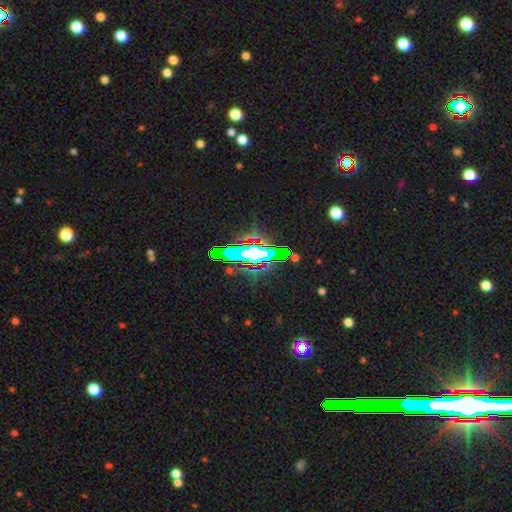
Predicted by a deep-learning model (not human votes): This appears to be a star or artifact, not a galaxy (58%).